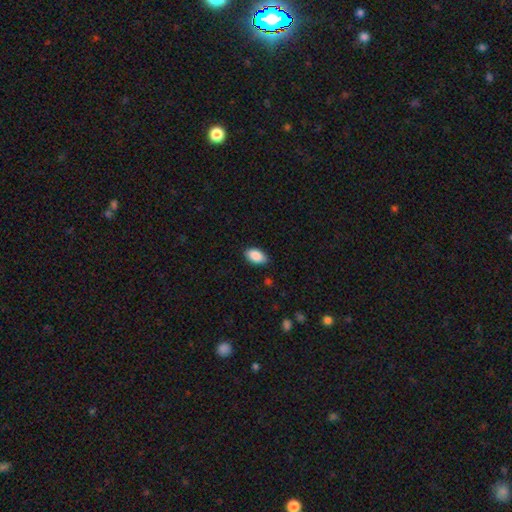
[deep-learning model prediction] smooth_or_featured: smooth (p=0.89) [alt: star or artifact p=0.07]
how_rounded: in between (p=0.94) [alt: round p=0.05]
merging: none (p=0.86) [alt: minor disturbance p=0.11]